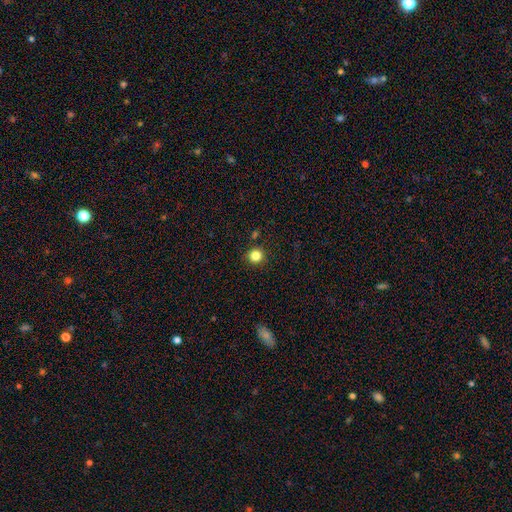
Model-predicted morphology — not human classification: smooth_or_featured: smooth (p=0.83) [alt: star or artifact p=0.12]
how_rounded: round (p=0.94) [alt: in between p=0.05]
merging: none (p=0.90) [alt: minor disturbance p=0.06]